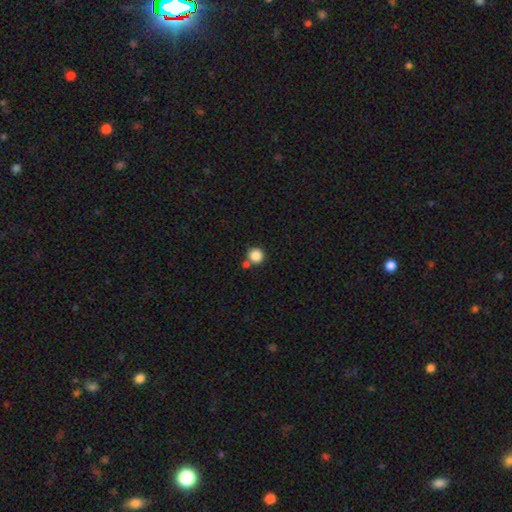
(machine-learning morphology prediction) smooth 85%, star or artifact 11%, featured or disk 4%. Down the decision tree: how rounded — round (94%); merging — none (69%).